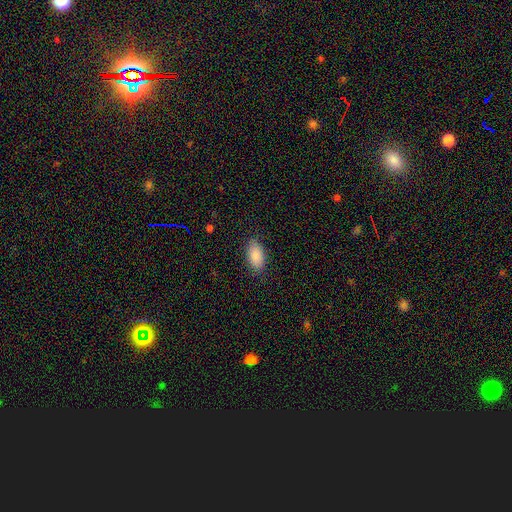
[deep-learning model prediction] smooth 89%, star or artifact 7%, featured or disk 5%. Down the decision tree: how rounded — in between (93%); merging — none (84%).